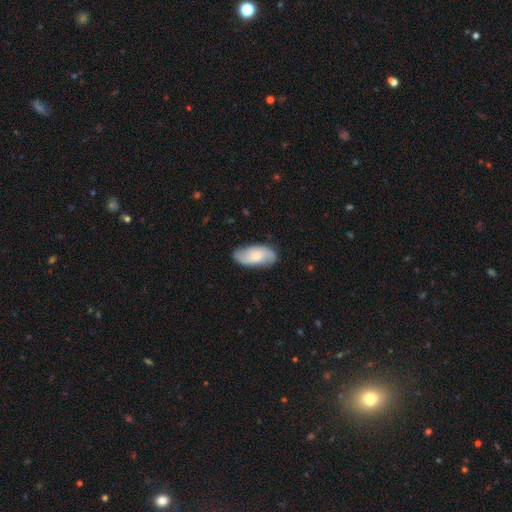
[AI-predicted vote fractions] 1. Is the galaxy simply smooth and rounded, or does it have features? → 48% featured or disk, 45% smooth, 6% star or artifact.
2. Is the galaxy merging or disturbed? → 80% none, 15% minor disturbance, 3% major disturbance, 1% merger.